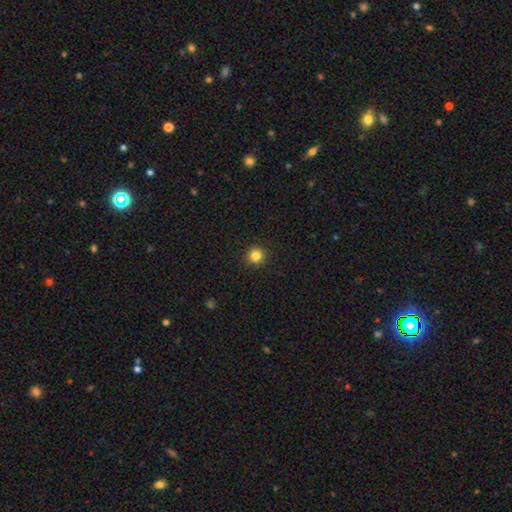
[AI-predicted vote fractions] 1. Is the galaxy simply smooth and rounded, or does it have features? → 84% smooth, 12% star or artifact, 5% featured or disk.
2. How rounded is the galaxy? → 94% round, 5% in between, 1% cigar-shaped.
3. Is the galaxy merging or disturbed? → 92% none, 5% minor disturbance, 2% major disturbance, 1% merger.